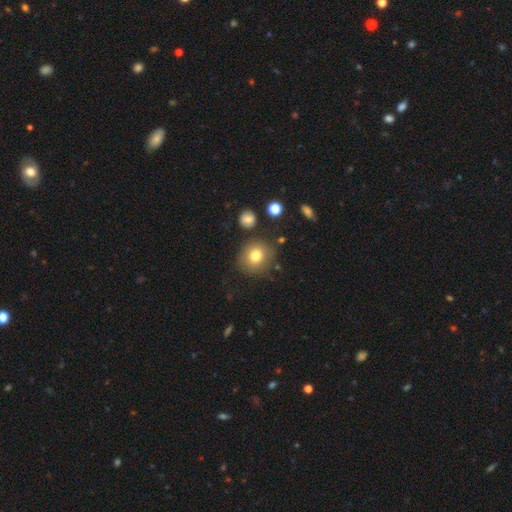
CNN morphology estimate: smooth 78%, star or artifact 11%, featured or disk 11%. Down the decision tree: how rounded — round (84%); merging — none (79%).